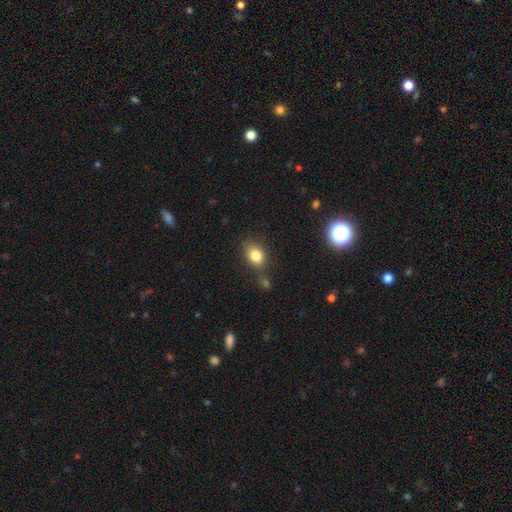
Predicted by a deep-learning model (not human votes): Smooth or featured?
  - smooth: 82% *
  - star or artifact: 10%
  - featured or disk: 8%
How rounded?
  - in between: 68% *
  - round: 30%
  - cigar-shaped: 1%
Merging?
  - none: 67% *
  - minor disturbance: 17%
  - merger: 10%
  - major disturbance: 6%